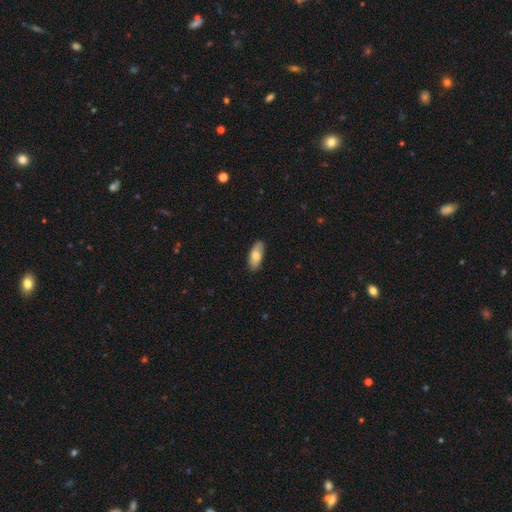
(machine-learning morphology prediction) smooth_or_featured: smooth (p=0.73) [alt: featured or disk p=0.21]
how_rounded: in between (p=0.83) [alt: cigar-shaped p=0.15]
merging: none (p=0.84) [alt: minor disturbance p=0.13]